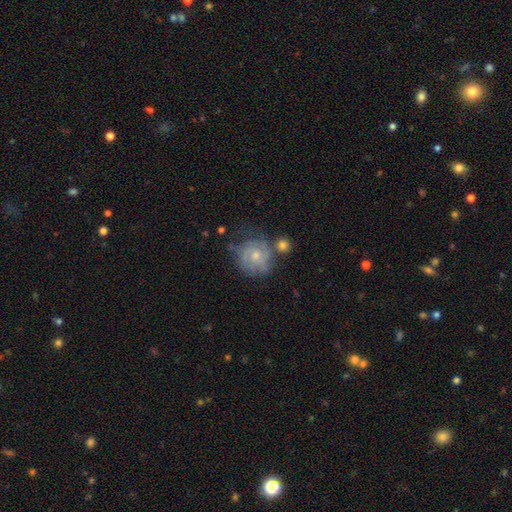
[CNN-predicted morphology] The model was most divided on "bulge size": moderate: 48%, small: 47%, none: 2%, large: 2%, dominant: 1%. More confident: edge-on disk — no (98%); bar — no (79%); spiral arms — yes (78%); smooth or featured — featured or disk (62%); merging — none (55%).